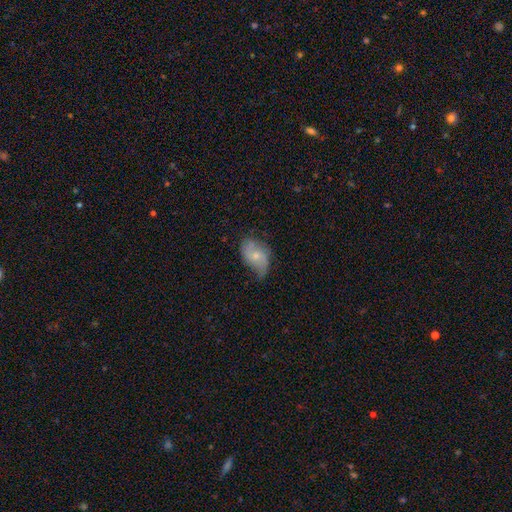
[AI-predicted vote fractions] Q: Smooth or featured?
A: featured or disk (54%); runner-up: smooth (39%)
Q: Edge-on disk?
A: no (96%); runner-up: yes (4%)
Q: Bar?
A: no (62%); runner-up: weak (32%)
Q: Spiral arms?
A: yes (84%); runner-up: no (16%)
Q: Bulge size?
A: small (52%); runner-up: moderate (40%)
Q: Merging?
A: none (50%); runner-up: minor disturbance (36%)